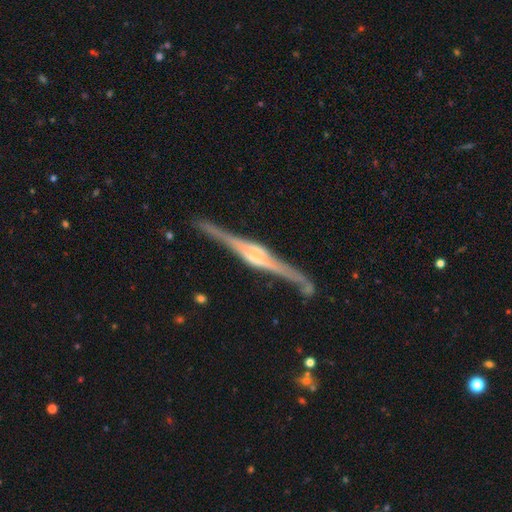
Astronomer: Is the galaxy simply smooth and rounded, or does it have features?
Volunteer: featured or disk — 95%.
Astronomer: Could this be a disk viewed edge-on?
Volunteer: yes — 100%.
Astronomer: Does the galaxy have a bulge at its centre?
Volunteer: rounded — 86%.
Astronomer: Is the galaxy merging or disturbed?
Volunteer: none — 67%.